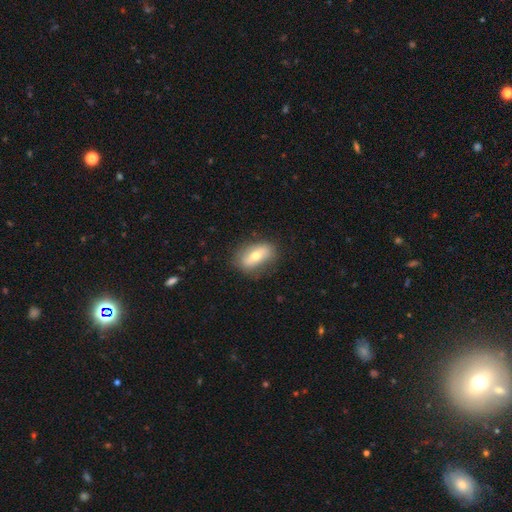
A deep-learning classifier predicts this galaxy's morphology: type=smooth (59%); roundness=in between (84%); merging=none (79%).